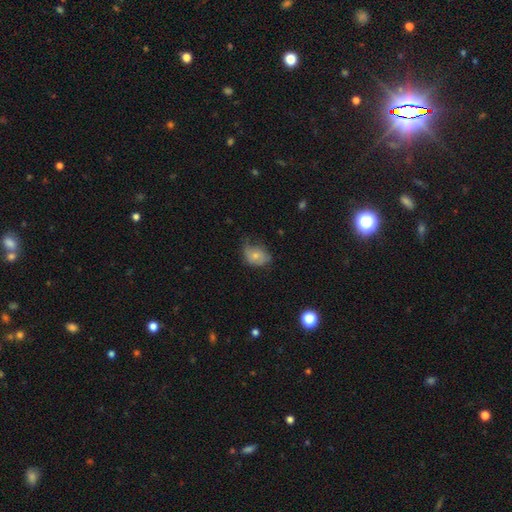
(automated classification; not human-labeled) Q: Smooth or featured?
A: smooth (69%); runner-up: featured or disk (22%)
Q: How rounded?
A: in between (64%); runner-up: round (35%)
Q: Merging?
A: minor disturbance (41%); runner-up: none (40%)